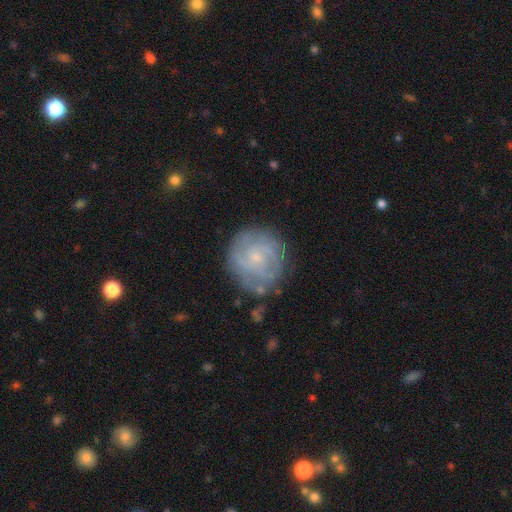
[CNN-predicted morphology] A featured or disk galaxy (69%) with no bar (73%), tight (64%) spiral arms (83%) and a small central bulge (77%). Merging: none (75%).